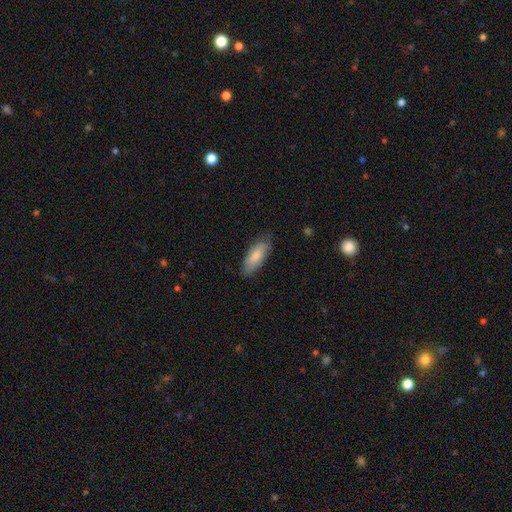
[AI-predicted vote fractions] smooth 82%, featured or disk 13%, star or artifact 5%. Down the decision tree: how rounded — in between (74%); merging — none (79%).